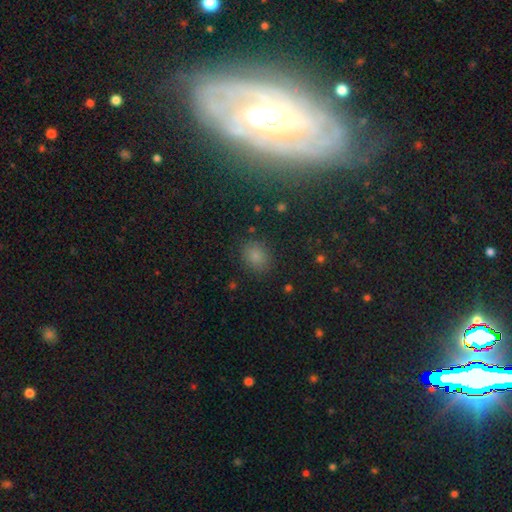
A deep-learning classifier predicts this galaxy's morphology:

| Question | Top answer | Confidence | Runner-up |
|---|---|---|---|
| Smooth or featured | smooth | 76% | star or artifact (17%) |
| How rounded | round | 55% | in between (44%) |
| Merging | none | 86% | minor disturbance (9%) |